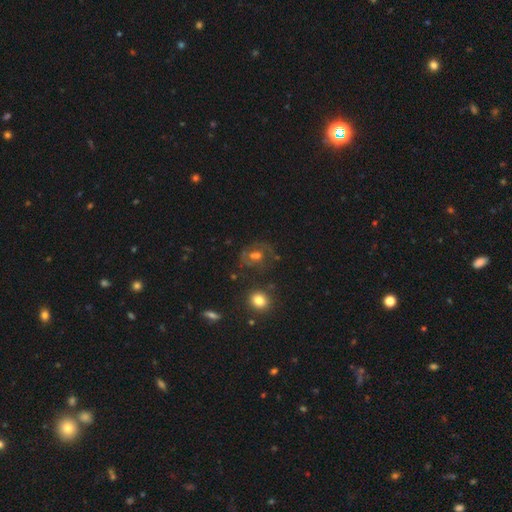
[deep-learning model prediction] Smooth or featured? featured or disk (50%)
Edge-on disk? no (95%)
Merging? none (60%)